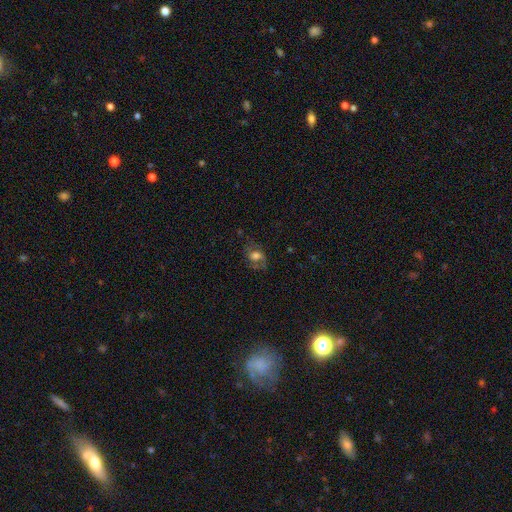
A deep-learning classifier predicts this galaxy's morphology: smooth 46%, featured or disk 42%, star or artifact 12%. Down the decision tree: merging — none (58%).